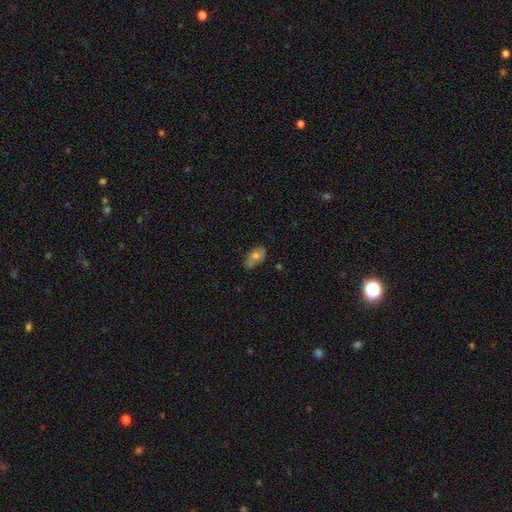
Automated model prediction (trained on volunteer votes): Morphology: type=smooth (58%); roundness=in between (88%); merging=none (55%).